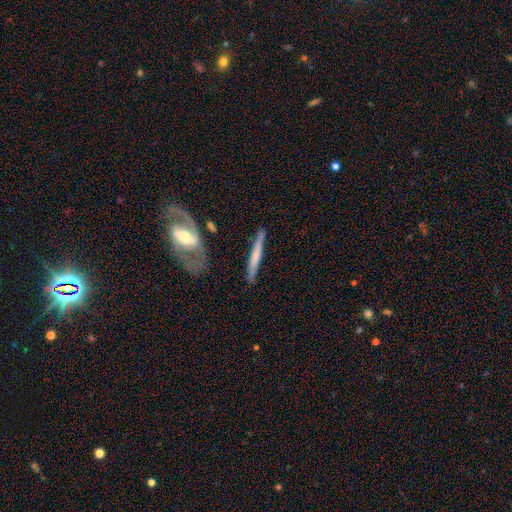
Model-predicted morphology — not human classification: The model was most divided on "smooth or featured": featured or disk: 53%, smooth: 42%, star or artifact: 5%. More confident: edge-on disk — yes (84%); merging — none (79%).